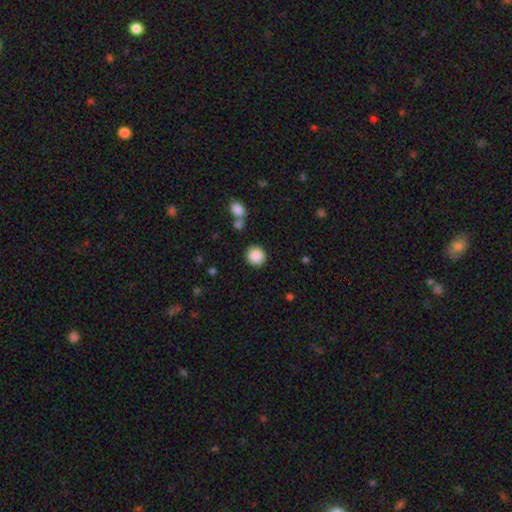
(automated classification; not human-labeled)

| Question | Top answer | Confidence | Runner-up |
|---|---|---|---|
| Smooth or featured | smooth | 89% | star or artifact (8%) |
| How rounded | round | 90% | in between (9%) |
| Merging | none | 85% | minor disturbance (7%) |